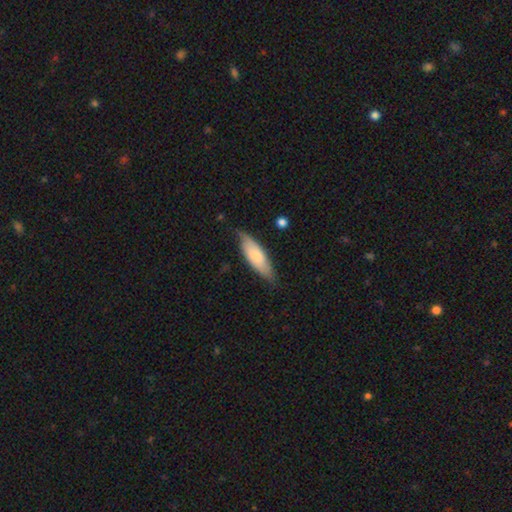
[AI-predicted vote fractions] Smooth or featured? smooth (69%)
How rounded? in between (53%)
Merging? none (73%)